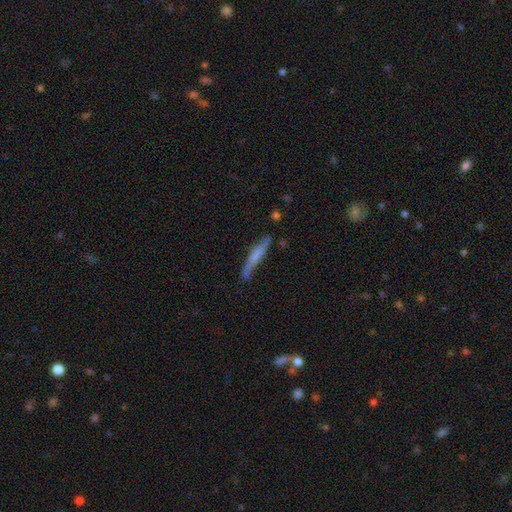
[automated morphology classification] smooth-or-featured: featured or disk: 48% | smooth: 45% | star or artifact: 7%
  merging: none: 66% | minor disturbance: 23% | major disturbance: 6% | merger: 5%